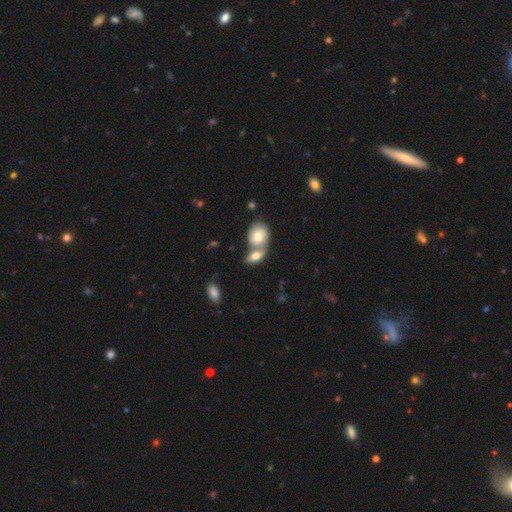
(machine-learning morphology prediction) Smooth or featured? Predicted: smooth (p=0.70). How rounded? Predicted: in between (p=0.79). Merging? Predicted: merger (p=0.59).